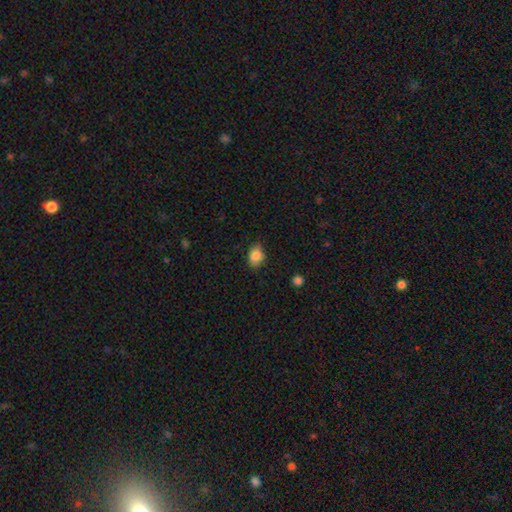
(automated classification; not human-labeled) Q: Smooth or featured?
A: smooth (85%); runner-up: star or artifact (9%)
Q: How rounded?
A: in between (70%); runner-up: round (29%)
Q: Merging?
A: none (80%); runner-up: minor disturbance (16%)